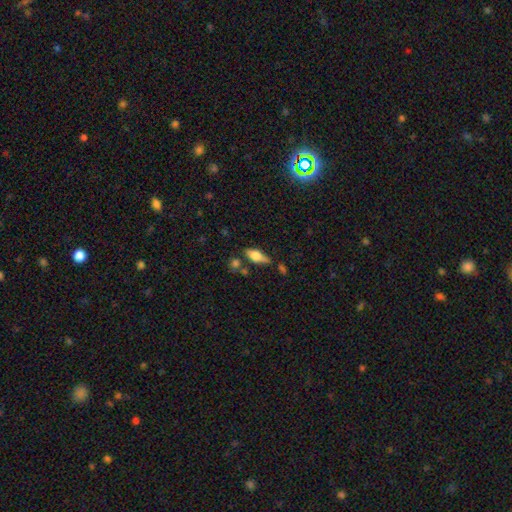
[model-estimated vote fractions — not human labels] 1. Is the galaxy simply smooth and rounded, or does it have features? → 64% smooth, 28% featured or disk, 8% star or artifact.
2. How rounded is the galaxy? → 72% in between, 25% cigar-shaped, 4% round.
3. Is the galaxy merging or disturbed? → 62% none, 22% minor disturbance, 9% merger, 7% major disturbance.